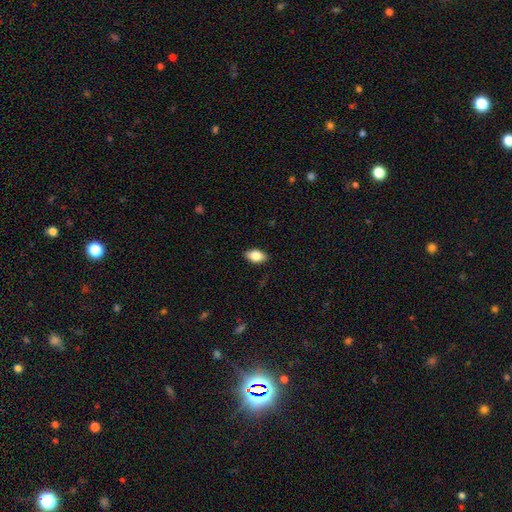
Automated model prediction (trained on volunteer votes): Smooth or featured? smooth (81%)
How rounded? in between (91%)
Merging? none (88%)